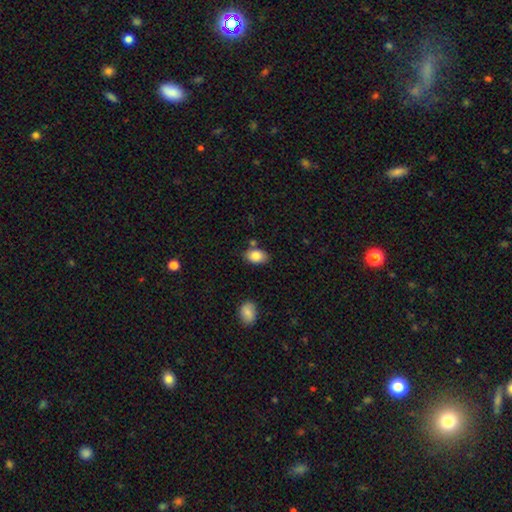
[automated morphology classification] This appears to be a smooth galaxy with no disk features (85%) that is in between round and cigar-shaped (86%). Merging: none (73%).